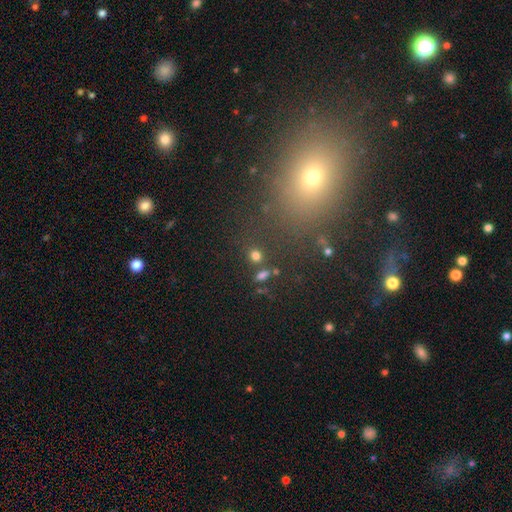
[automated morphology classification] The model was most divided on "how rounded": round: 56%, in between: 42%, cigar-shaped: 3%. More confident: smooth or featured — smooth (77%); merging — none (76%).